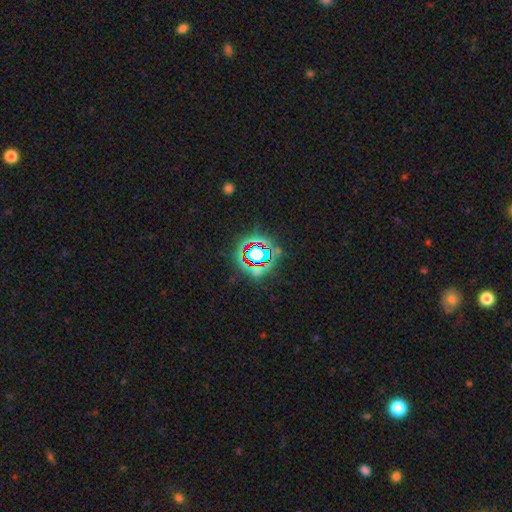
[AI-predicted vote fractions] Smooth or featured? Predicted: star or artifact (p=0.72).